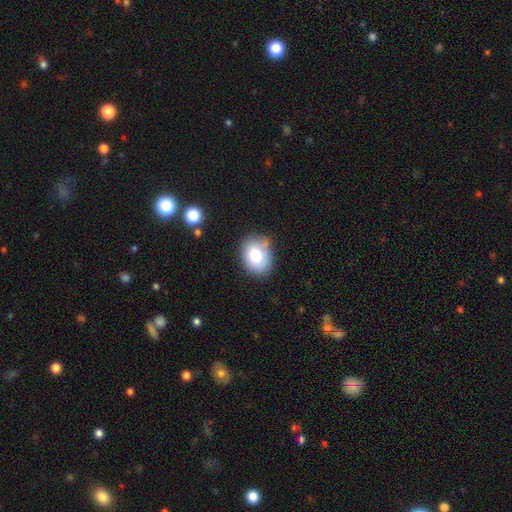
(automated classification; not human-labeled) smooth_or_featured: smooth (p=0.79) [alt: featured or disk p=0.13]
how_rounded: in between (p=0.63) [alt: round p=0.36]
merging: none (p=0.72) [alt: minor disturbance p=0.20]